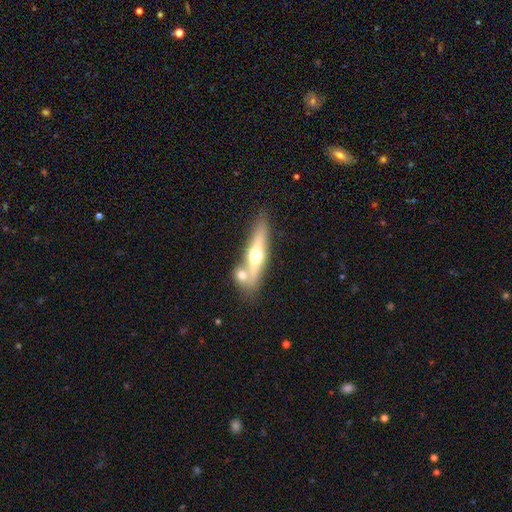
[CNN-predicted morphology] A featured or disk galaxy (57%) viewed edge-on (87%) with a rounded central bulge (95%).

Vote fractions:
- Smooth or featured? featured or disk: 57% / smooth: 37% / star or artifact: 6%
- Edge-on disk? yes: 87% / no: 13%
- Edge-on bulge? rounded: 95% / none: 3% / boxy: 2%
- Merging? none: 58% / merger: 27% / minor disturbance: 11% / major disturbance: 4%